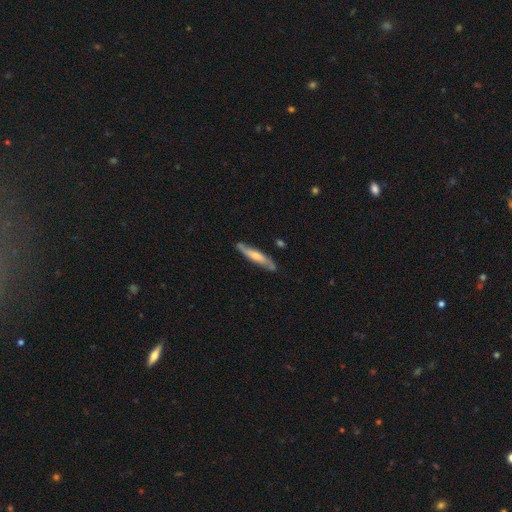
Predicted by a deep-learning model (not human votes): Smooth or featured? smooth (48%)
Merging? none (80%)